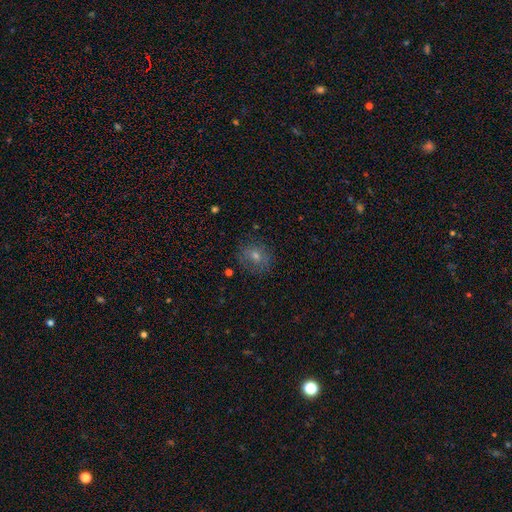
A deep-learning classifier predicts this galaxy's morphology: Overall: smooth (54%; featured or disk 25%). How rounded: round (77%). Merging: none (81%).